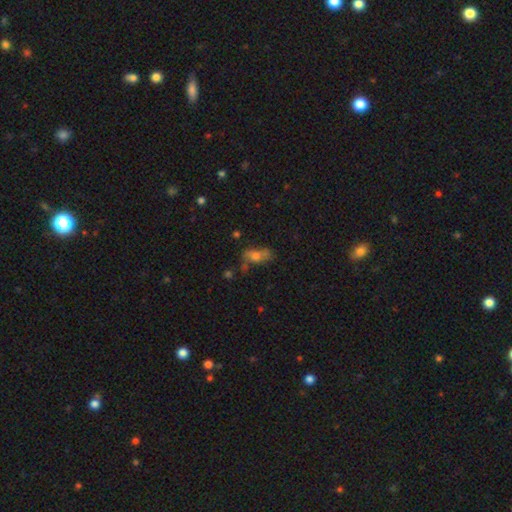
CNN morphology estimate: smooth 57%, featured or disk 28%, star or artifact 15%. Down the decision tree: how rounded — in between (75%); merging — none (39%).